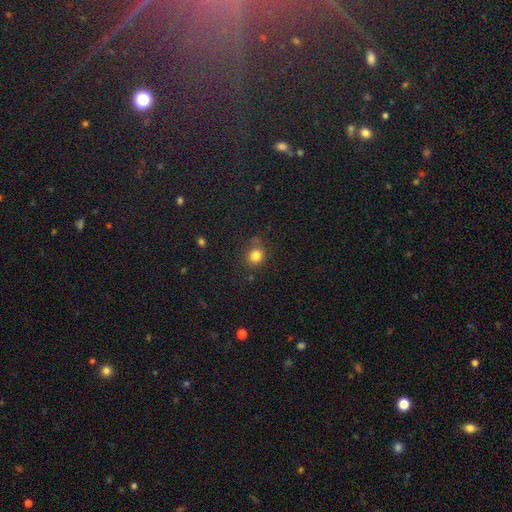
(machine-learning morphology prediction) Smooth or featured: smooth — 81% (star or artifact — 13%)
How rounded: round — 82% (in between — 17%)
Merging: none — 74% (minor disturbance — 16%)